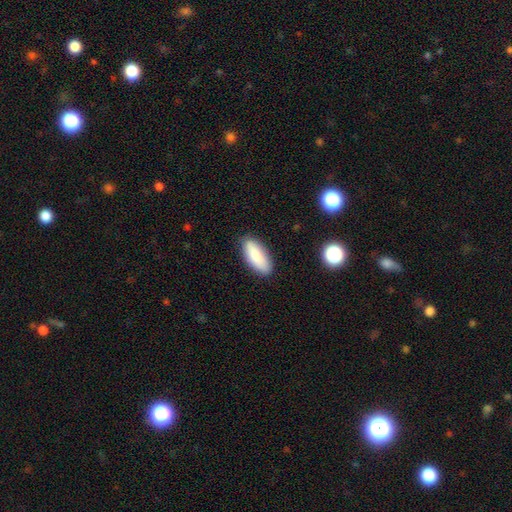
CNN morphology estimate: Smooth or featured: smooth — 85% (featured or disk — 9%)
How rounded: in between — 79% (cigar-shaped — 20%)
Merging: none — 86% (minor disturbance — 10%)